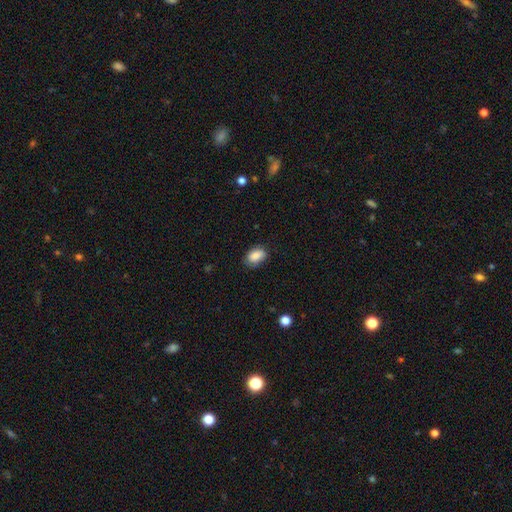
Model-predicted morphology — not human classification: Smooth or featured? Predicted: smooth (p=0.86). How rounded? Predicted: in between (p=0.87). Merging? Predicted: none (p=0.75).